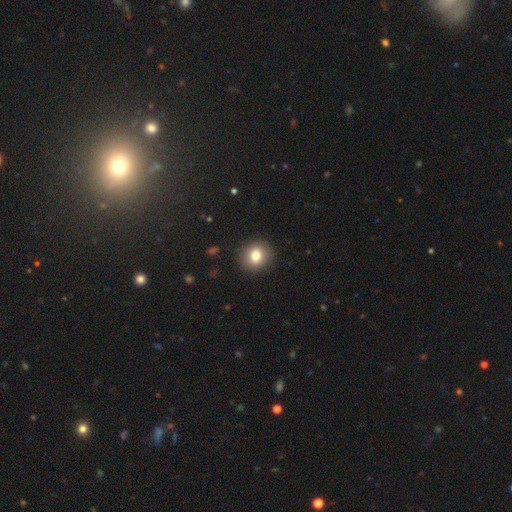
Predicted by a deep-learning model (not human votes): smooth_or_featured: smooth (p=0.80) [alt: star or artifact p=0.10]
how_rounded: round (p=0.82) [alt: in between p=0.17]
merging: none (p=0.91) [alt: minor disturbance p=0.06]